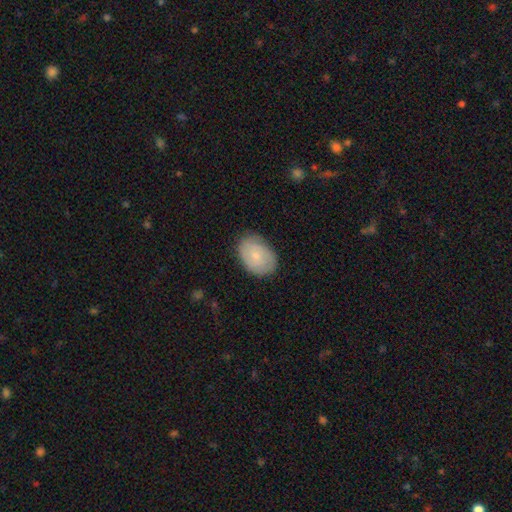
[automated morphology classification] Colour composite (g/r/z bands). It shows a smooth galaxy with no disk features (65%) that is in between round and cigar-shaped (82%). Merging: none (80%).